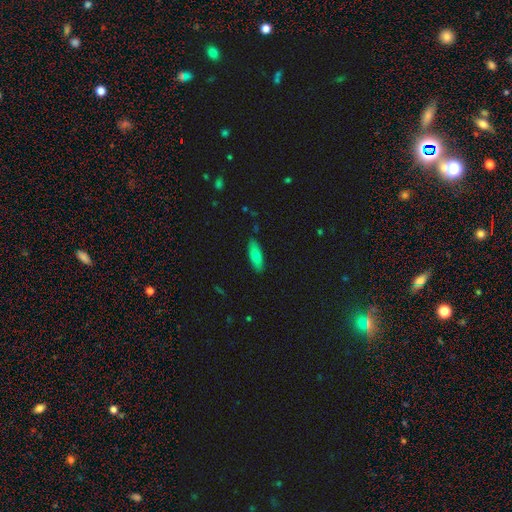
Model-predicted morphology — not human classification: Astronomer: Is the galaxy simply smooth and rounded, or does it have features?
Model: smooth — 75%.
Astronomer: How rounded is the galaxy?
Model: in between — 58% (runner-up: cigar-shaped, 40%).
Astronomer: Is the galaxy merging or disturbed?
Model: none — 86%.